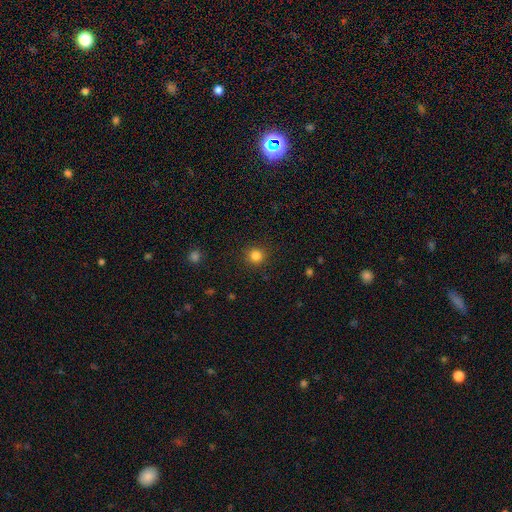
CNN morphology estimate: Smooth or featured: smooth — 83% (star or artifact — 12%)
How rounded: round — 94% (in between — 5%)
Merging: none — 91% (minor disturbance — 6%)